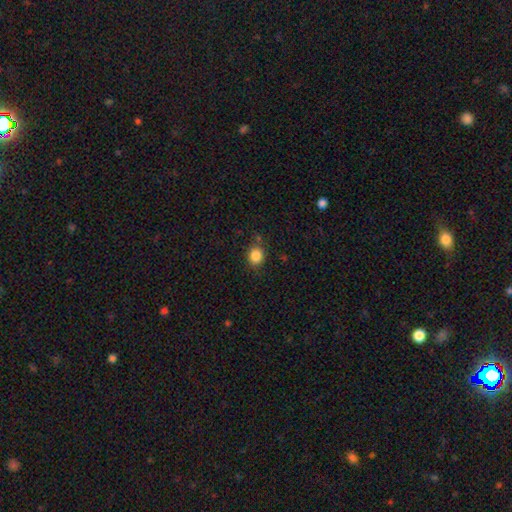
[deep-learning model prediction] smooth-or-featured: smooth: 85% | star or artifact: 11% | featured or disk: 4%
  how-rounded: round: 71% | in between: 28% | cigar-shaped: 1%
  merging: none: 80% | minor disturbance: 13% | merger: 4% | major disturbance: 3%